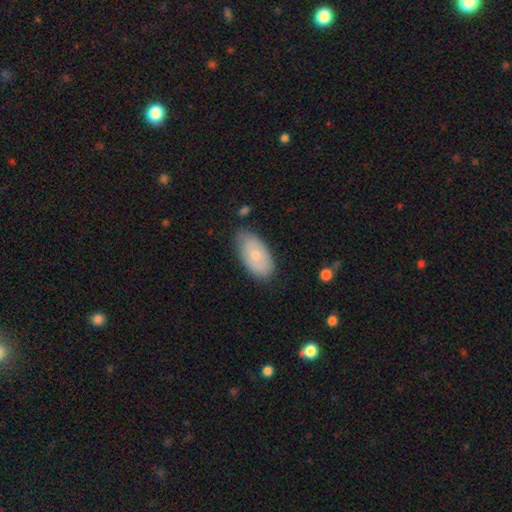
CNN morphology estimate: type=smooth (66%); roundness=in between (94%); merging=none (74%).